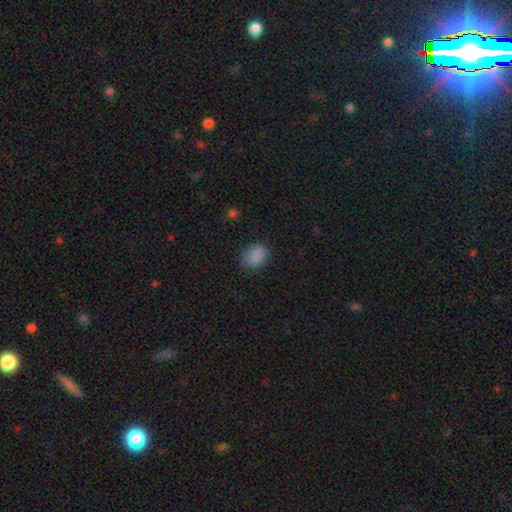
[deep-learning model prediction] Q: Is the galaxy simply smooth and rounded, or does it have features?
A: smooth — 86%.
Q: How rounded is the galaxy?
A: in between — 65%.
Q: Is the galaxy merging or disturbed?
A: none — 77%.